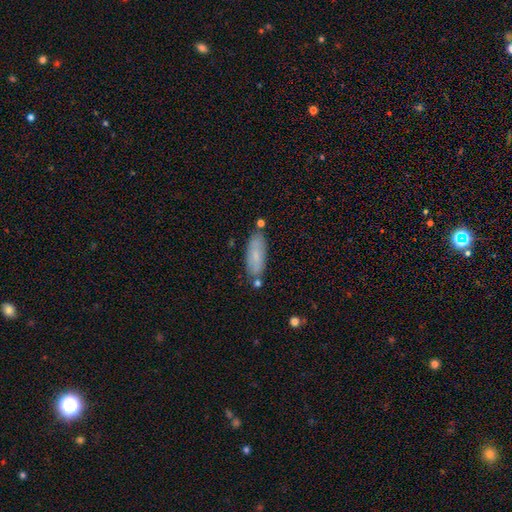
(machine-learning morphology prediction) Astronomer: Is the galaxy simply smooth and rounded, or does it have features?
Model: smooth — 70%.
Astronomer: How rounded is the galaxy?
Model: in between — 69%.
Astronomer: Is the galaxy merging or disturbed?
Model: none — 74%.